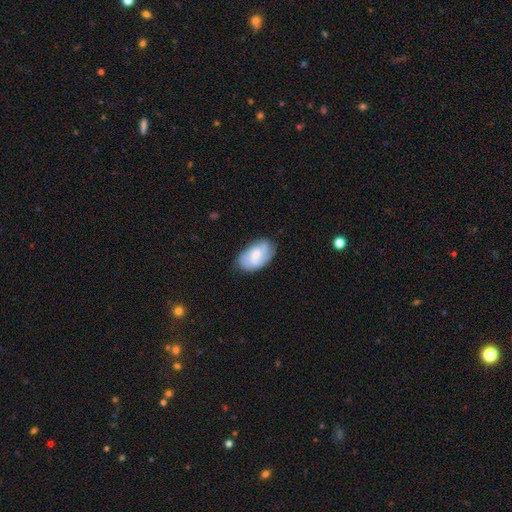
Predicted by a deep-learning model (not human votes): This appears to be a featured or disk galaxy (63%) with no bar (55%), 3 (30%, tied with 2) tight (42%) spiral arms (91%) and a small central bulge (51%). Merging: none (76%).